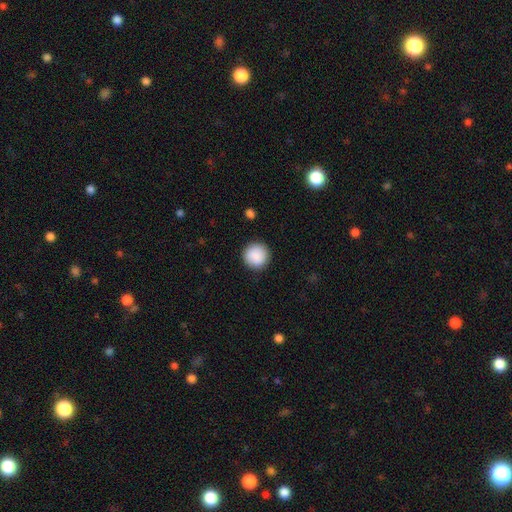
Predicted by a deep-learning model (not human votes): A smooth galaxy with no disk features (89%) that is round (95%). Merging: none (90%).